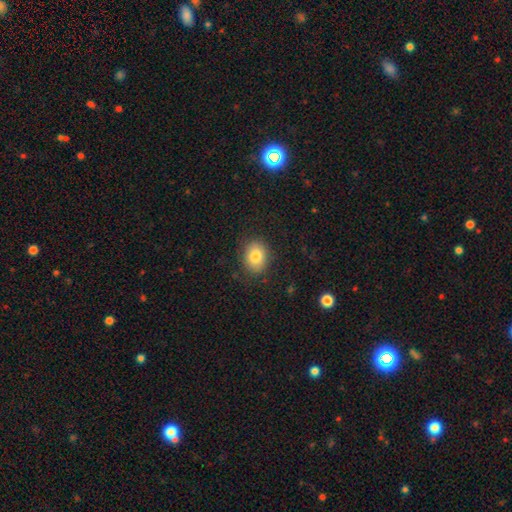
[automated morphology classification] type=smooth (82%); roundness=in between (58%); merging=none (84%).